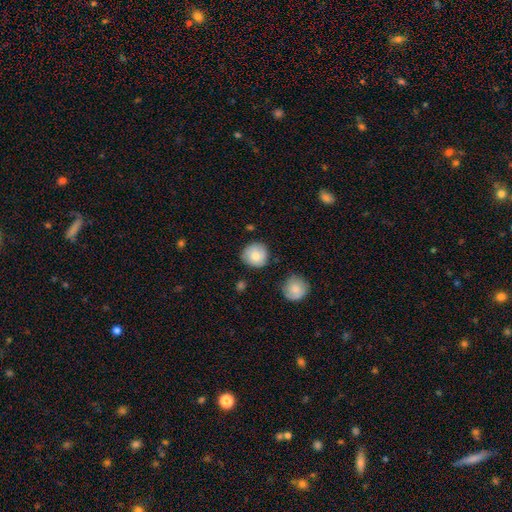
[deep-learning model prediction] Smooth or featured? Predicted: smooth (p=0.79). How rounded? Predicted: round (p=0.92). Merging? Predicted: none (p=0.81).